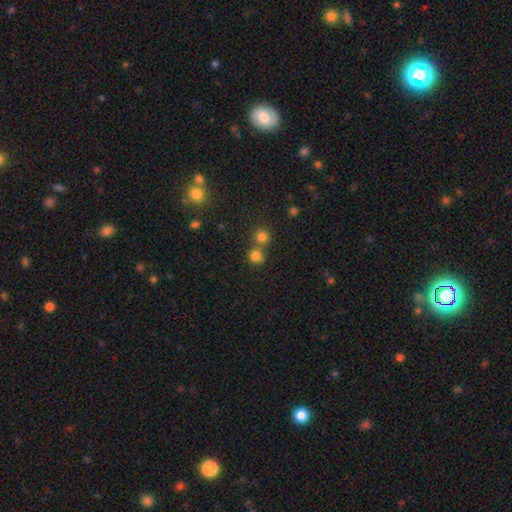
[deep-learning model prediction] Smooth or featured: smooth — 77% (star or artifact — 16%)
How rounded: round — 88% (in between — 11%)
Merging: none — 59% (merger — 32%)